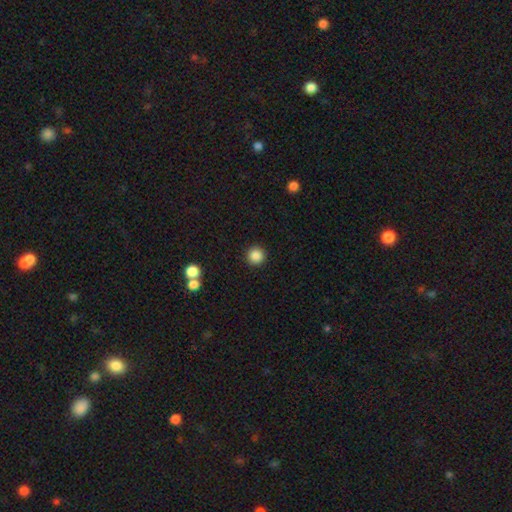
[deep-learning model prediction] Overall: smooth (87%). How rounded: round (95%). Merging: none (92%).